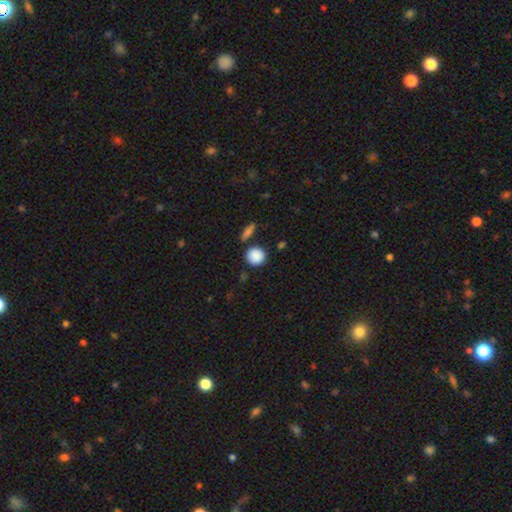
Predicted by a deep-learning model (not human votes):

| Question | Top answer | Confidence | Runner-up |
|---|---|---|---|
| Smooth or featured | smooth | 88% | star or artifact (8%) |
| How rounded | round | 86% | in between (13%) |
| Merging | none | 80% | minor disturbance (10%) |